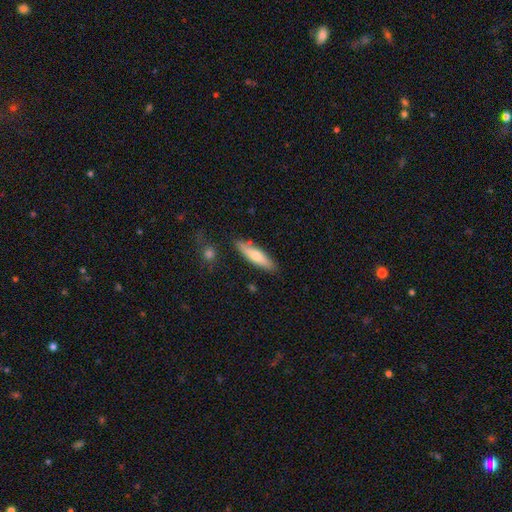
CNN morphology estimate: A smooth galaxy with no disk features (64%) that is cigar-shaped (70%). Merging: none (82%).